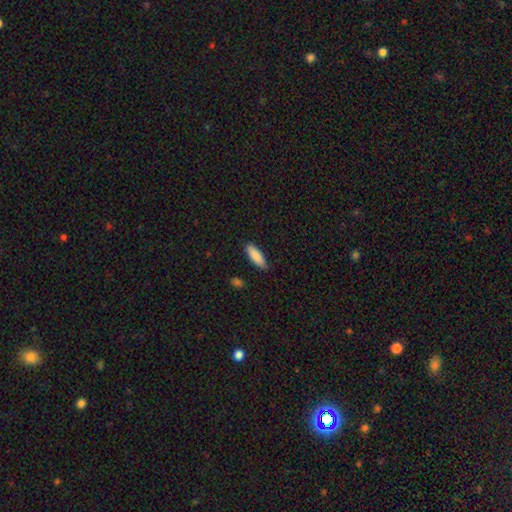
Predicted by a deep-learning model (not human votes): smooth-or-featured: smooth: 87% | featured or disk: 7% | star or artifact: 6%
  how-rounded: in between: 55% | cigar-shaped: 44% | round: 2%
  merging: none: 86% | minor disturbance: 10% | major disturbance: 2% | merger: 1%